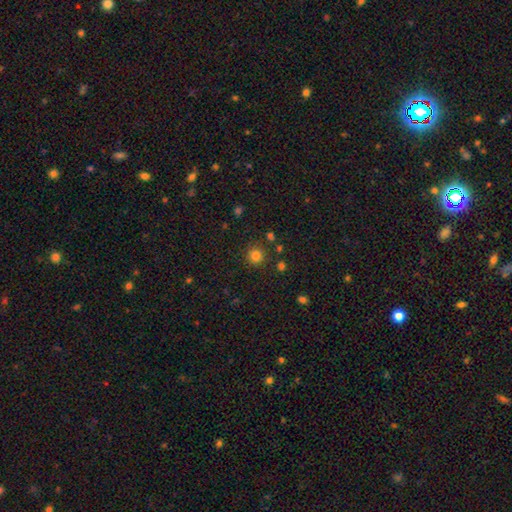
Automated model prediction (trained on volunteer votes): Q: Smooth or featured?
A: smooth (80%); runner-up: star or artifact (15%)
Q: How rounded?
A: round (94%); runner-up: in between (5%)
Q: Merging?
A: none (86%); runner-up: minor disturbance (7%)